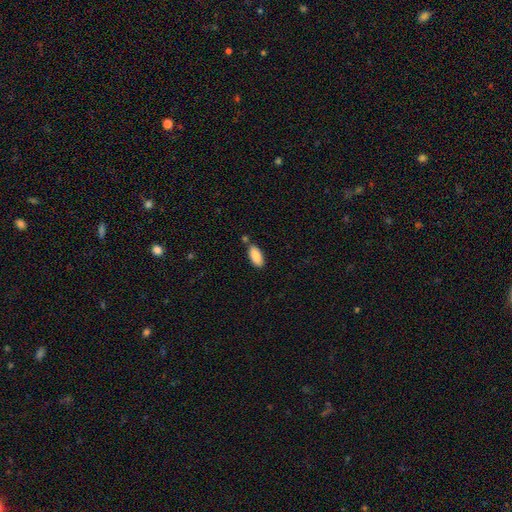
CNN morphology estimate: This appears to be a smooth galaxy with no disk features (88%) that is in between round and cigar-shaped (88%). Merging: none (76%).